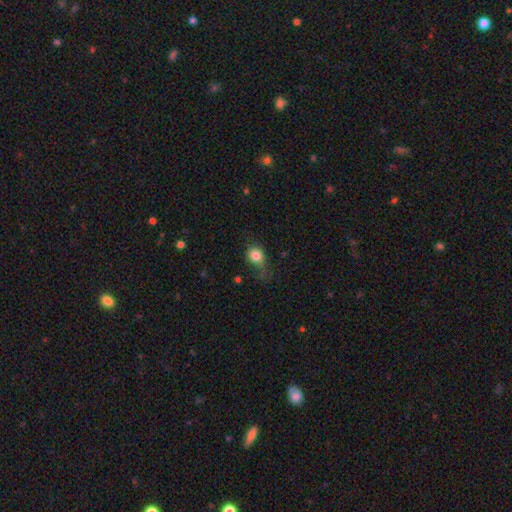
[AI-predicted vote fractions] A smooth galaxy with no disk features (81%) that is round (64%). Merging: none (41%).